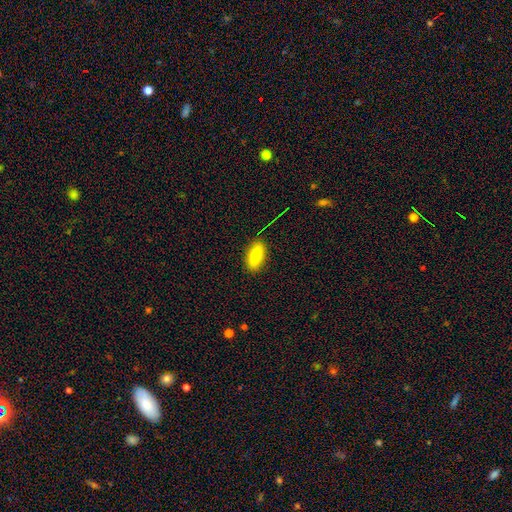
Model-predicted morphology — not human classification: Q: Smooth or featured?
A: smooth (80%); runner-up: featured or disk (13%)
Q: How rounded?
A: in between (86%); runner-up: cigar-shaped (10%)
Q: Merging?
A: none (87%); runner-up: minor disturbance (9%)